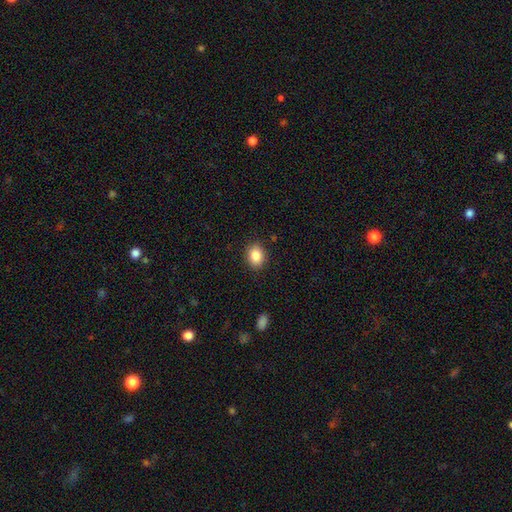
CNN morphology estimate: type=smooth (86%); roundness=in between (52%); merging=none (88%).